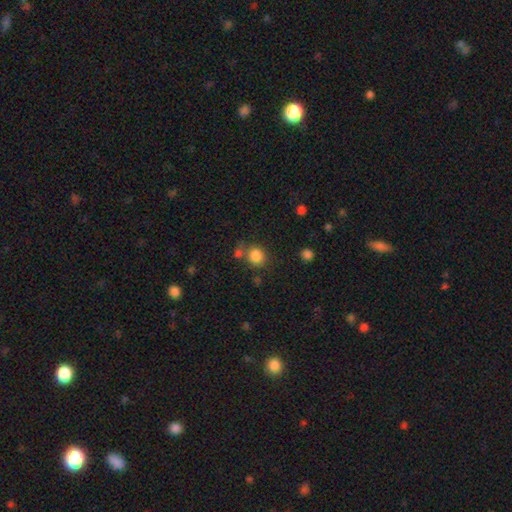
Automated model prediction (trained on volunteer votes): Smooth or featured?
  - smooth: 84% *
  - star or artifact: 10%
  - featured or disk: 6%
How rounded?
  - round: 79% *
  - in between: 20%
  - cigar-shaped: 1%
Merging?
  - none: 65% *
  - merger: 17%
  - minor disturbance: 13%
  - major disturbance: 5%